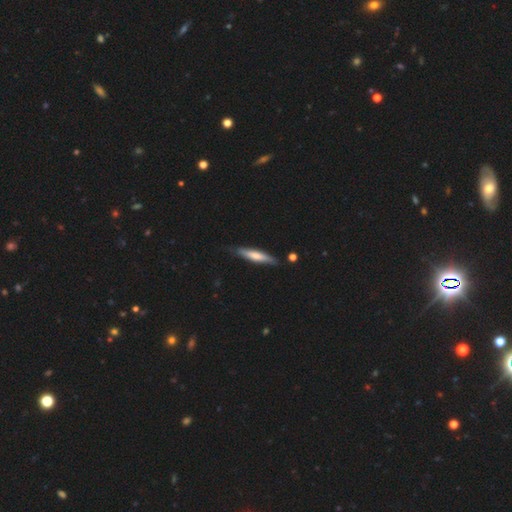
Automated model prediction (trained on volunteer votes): Smooth or featured? smooth (58%)
How rounded? cigar-shaped (87%)
Merging? none (81%)